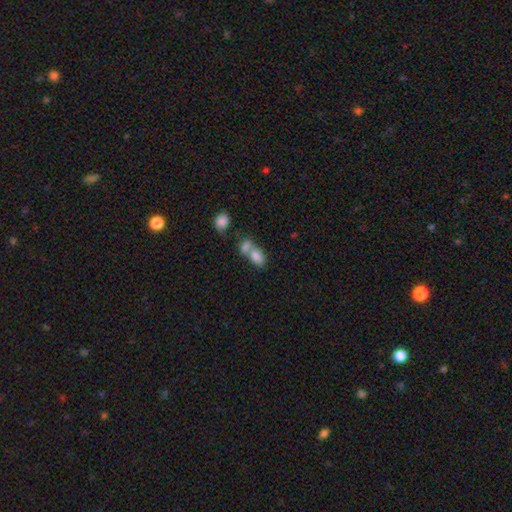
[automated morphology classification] type=smooth (79%); roundness=in between (86%); merging=merger (61%).